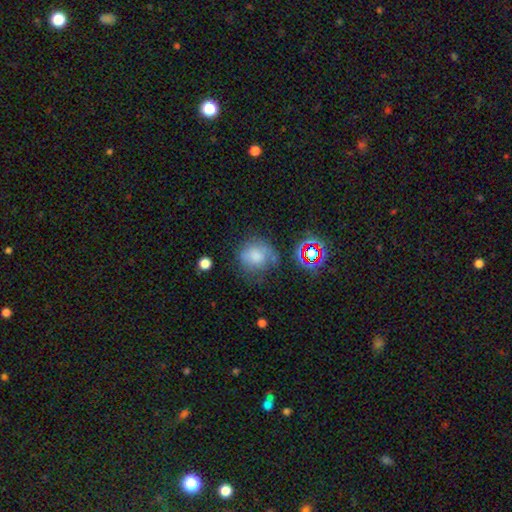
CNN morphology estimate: type=smooth (68%); roundness=round (79%); merging=none (53%).